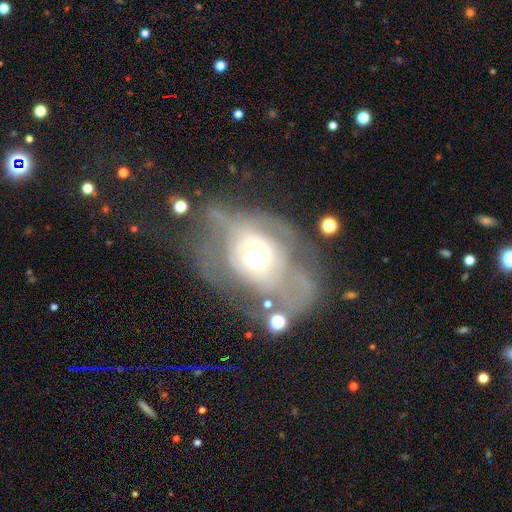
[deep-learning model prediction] A featured or disk galaxy (64%) with no bar (84%), no spiral arms (59%) and a moderate central bulge (53%). Merging: major disturbance (54%).